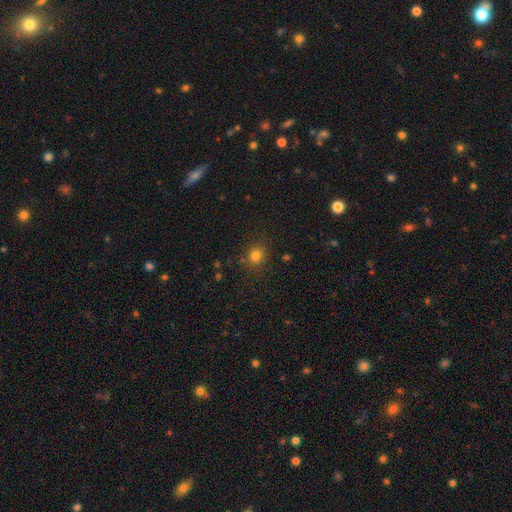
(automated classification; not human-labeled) Smooth or featured: smooth — 79% (star or artifact — 15%)
How rounded: round — 77% (in between — 22%)
Merging: none — 84% (minor disturbance — 10%)